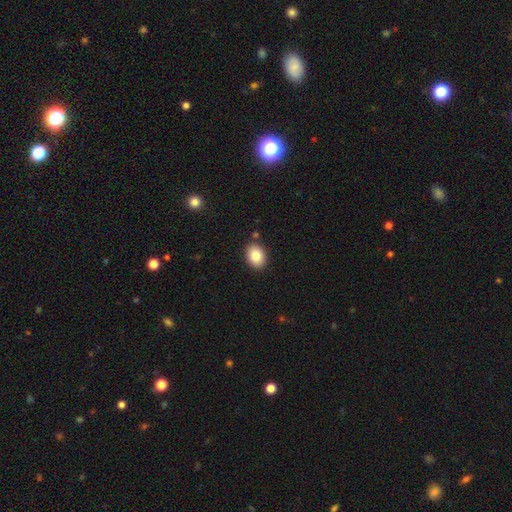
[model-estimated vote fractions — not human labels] Smooth or featured? Predicted: smooth (p=0.85). How rounded? Predicted: in between (p=0.72). Merging? Predicted: none (p=0.87).